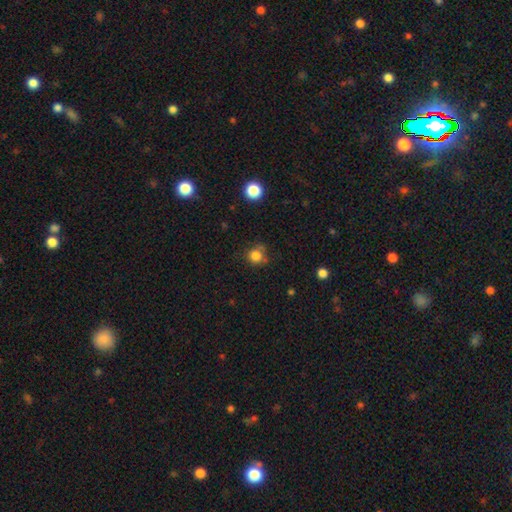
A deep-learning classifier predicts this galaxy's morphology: Overall: smooth (81%). How rounded: round (85%). Merging: none (66%).